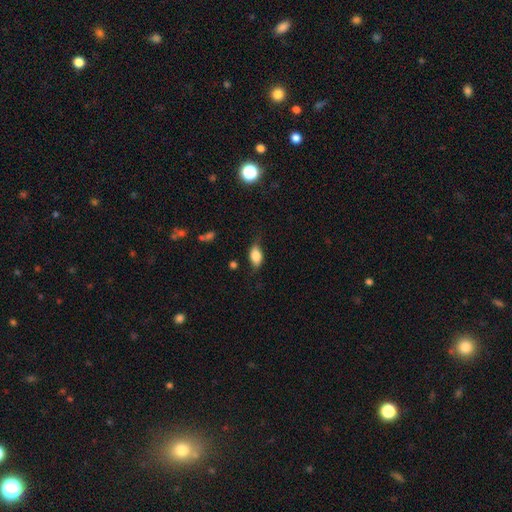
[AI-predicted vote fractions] smooth-or-featured: smooth: 74% | featured or disk: 18% | star or artifact: 8%
  how-rounded: in between: 85% | round: 9% | cigar-shaped: 6%
  merging: none: 62% | minor disturbance: 28% | major disturbance: 9% | merger: 2%